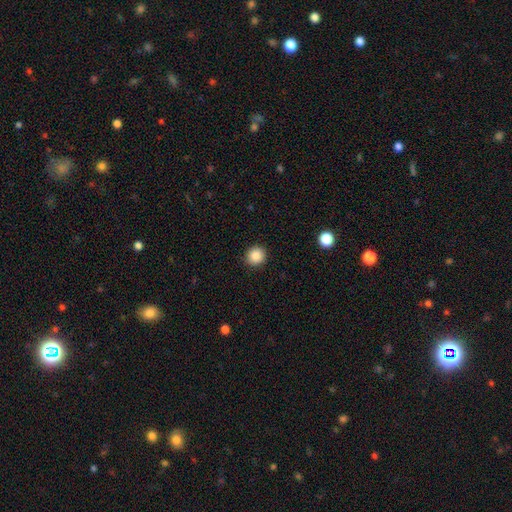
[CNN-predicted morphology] Overall: smooth (87%). How rounded: round (92%). Merging: none (92%).